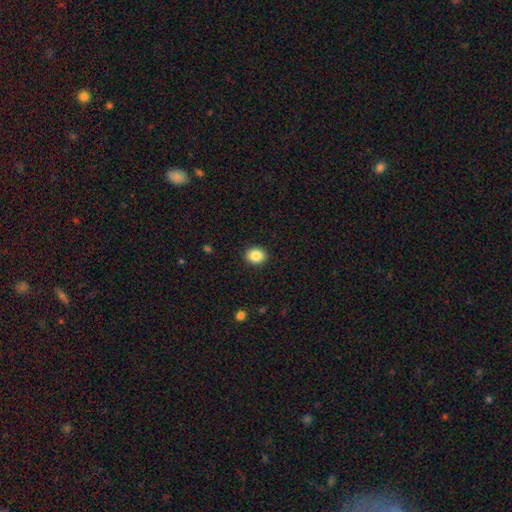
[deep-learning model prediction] Morphology: type=smooth (87%); roundness=round (65%); merging=none (91%).